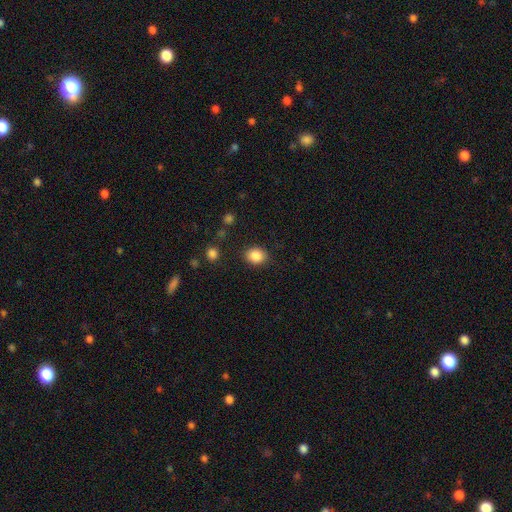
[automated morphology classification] Smooth or featured?
  - smooth: 86% *
  - star or artifact: 9%
  - featured or disk: 5%
How rounded?
  - round: 57% *
  - in between: 42%
  - cigar-shaped: 1%
Merging?
  - none: 87% *
  - minor disturbance: 9%
  - major disturbance: 3%
  - merger: 2%